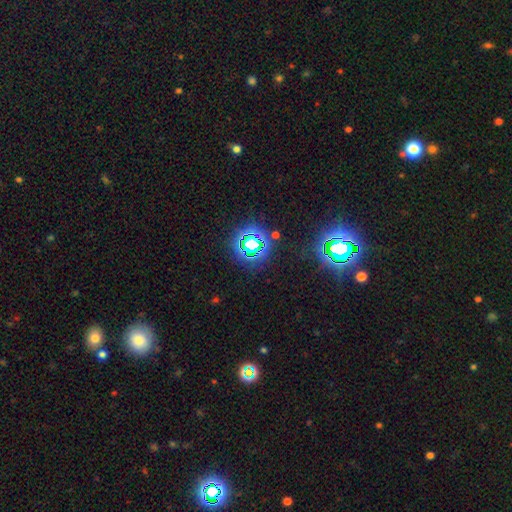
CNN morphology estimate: This appears to be a star or artifact, not a galaxy (79%).